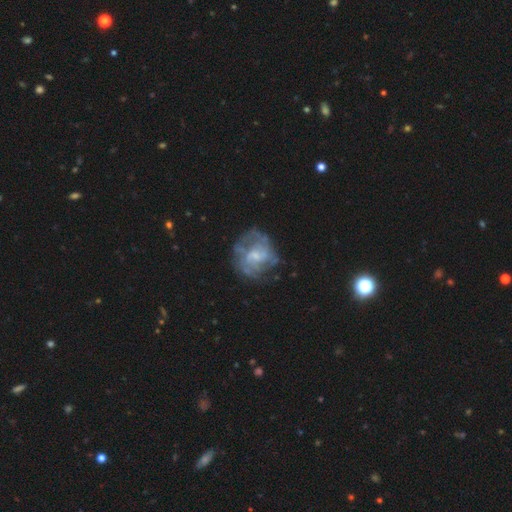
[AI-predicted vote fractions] The model was most divided on "bulge size": small: 43%, moderate: 32%, none: 19%, large: 4%, dominant: 1%. More confident: edge-on disk — no (98%); smooth or featured — featured or disk (70%); spiral arms — yes (63%); merging — none (60%); bar — no (54%).